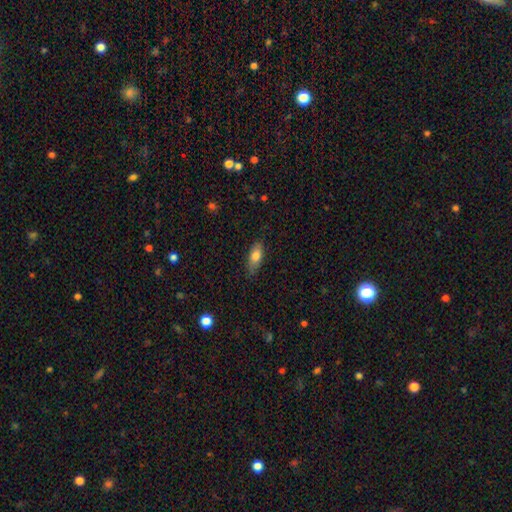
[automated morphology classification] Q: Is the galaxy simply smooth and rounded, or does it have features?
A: smooth — 76%.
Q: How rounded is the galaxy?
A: in between — 79%.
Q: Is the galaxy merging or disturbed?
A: none — 78%.